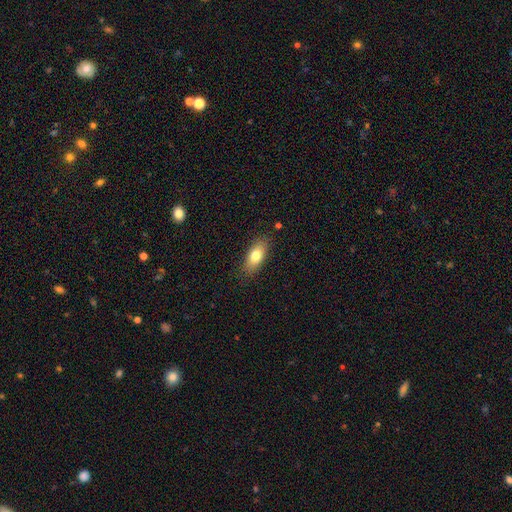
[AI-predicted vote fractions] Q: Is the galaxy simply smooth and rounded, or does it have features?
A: smooth — 77%.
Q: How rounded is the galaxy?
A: in between — 81%.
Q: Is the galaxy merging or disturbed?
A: none — 85%.